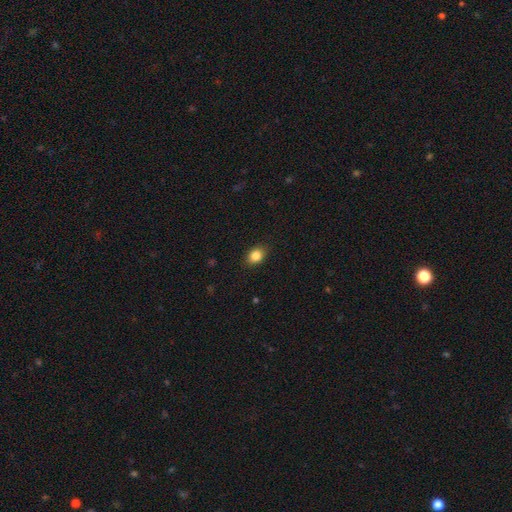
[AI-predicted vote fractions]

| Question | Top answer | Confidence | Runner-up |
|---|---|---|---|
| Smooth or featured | smooth | 85% | star or artifact (9%) |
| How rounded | in between | 62% | round (37%) |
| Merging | none | 87% | minor disturbance (9%) |